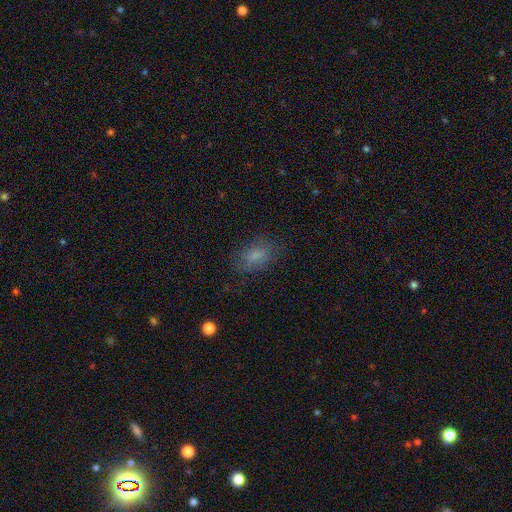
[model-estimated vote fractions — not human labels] The model was most divided on "smooth or featured": smooth: 69%, featured or disk: 20%, star or artifact: 11%. More confident: how rounded — in between (85%); merging — none (69%).